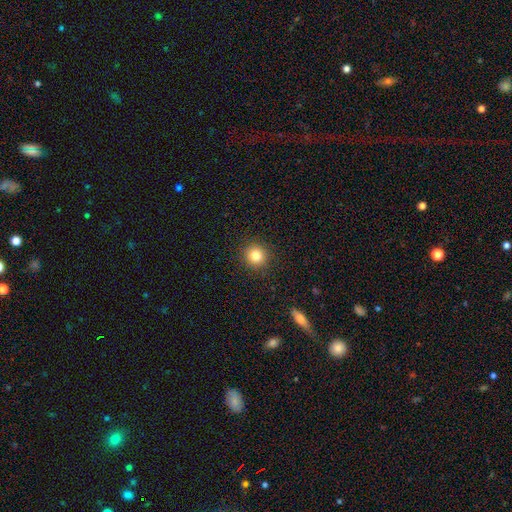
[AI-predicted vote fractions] smooth 82%, star or artifact 11%, featured or disk 6%. Down the decision tree: how rounded — round (93%); merging — none (92%).